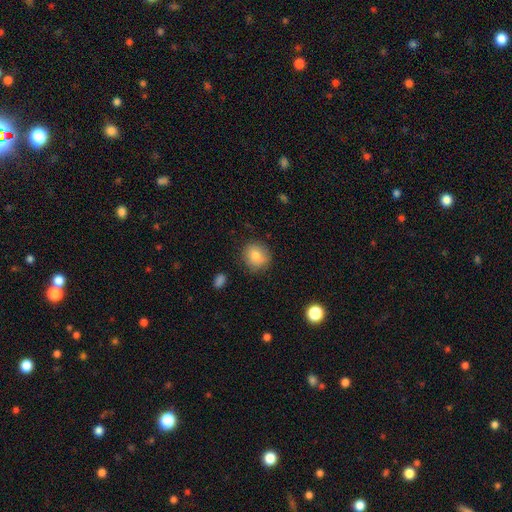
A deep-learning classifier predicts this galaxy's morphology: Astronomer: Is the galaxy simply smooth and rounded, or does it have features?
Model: smooth — 84%.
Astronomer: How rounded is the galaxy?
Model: round — 85%.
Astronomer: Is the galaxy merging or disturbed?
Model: none — 83%.